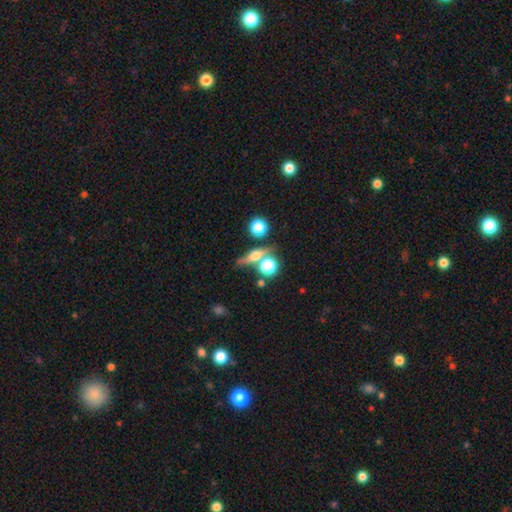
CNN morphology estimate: This is marginally a smooth galaxy (44%). Merging: likely none (65%).